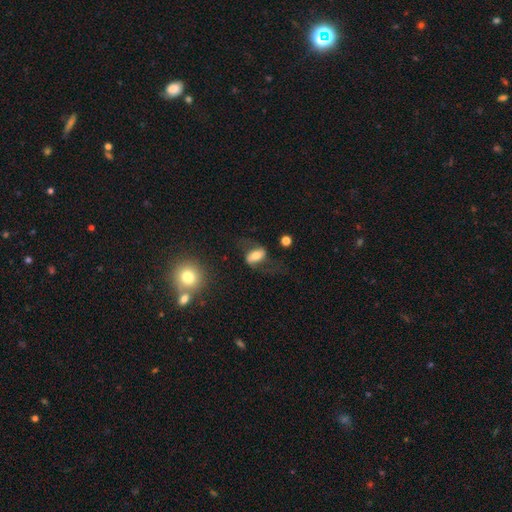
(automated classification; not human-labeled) smooth_or_featured: featured or disk (p=0.49) [alt: smooth p=0.42]
merging: none (p=0.56) [alt: major disturbance p=0.22]